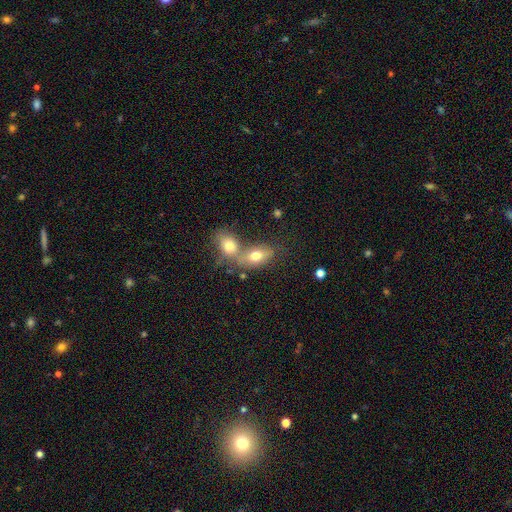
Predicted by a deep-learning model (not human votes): smooth 73%, featured or disk 18%, star or artifact 9%. Down the decision tree: how rounded — in between (81%); merging — merger (63%).